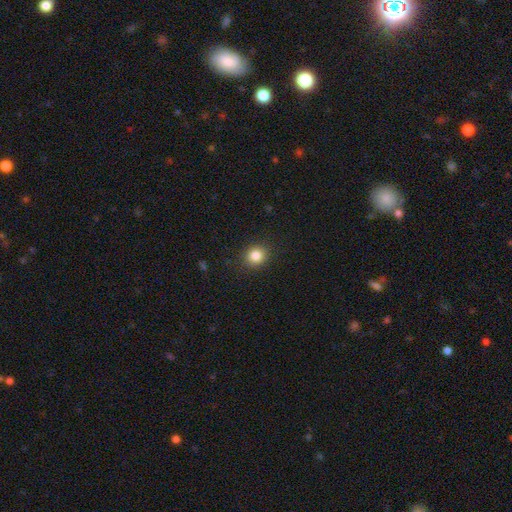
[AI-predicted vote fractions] Smooth or featured?
  - smooth: 84% *
  - star or artifact: 11%
  - featured or disk: 5%
How rounded?
  - round: 79% *
  - in between: 20%
  - cigar-shaped: 1%
Merging?
  - none: 89% *
  - minor disturbance: 8%
  - major disturbance: 2%
  - merger: 1%